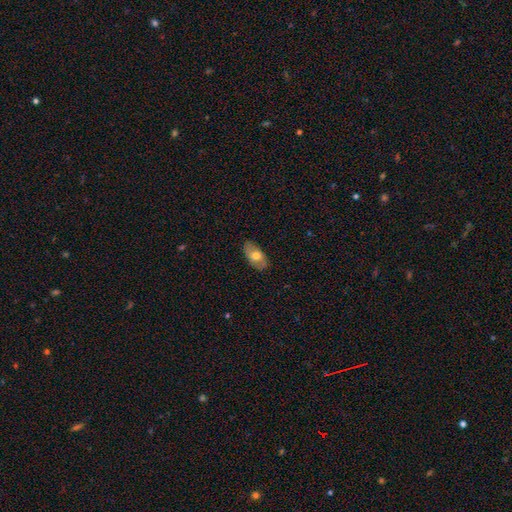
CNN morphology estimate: smooth 57%, featured or disk 36%, star or artifact 6%. Down the decision tree: how rounded — in between (92%); merging — none (81%).